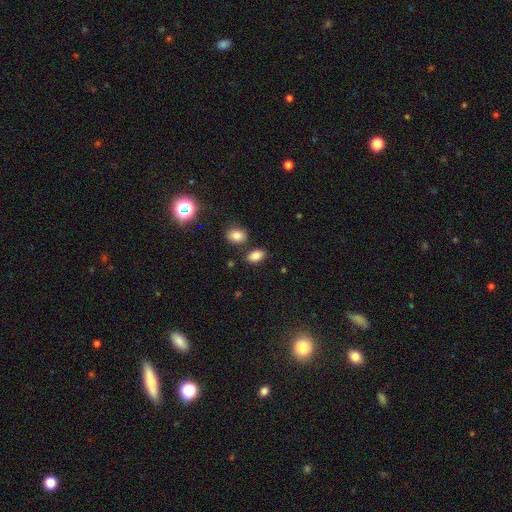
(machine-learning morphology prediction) Smooth or featured? Predicted: smooth (p=0.84). How rounded? Predicted: in between (p=0.86). Merging? Predicted: none (p=0.78).